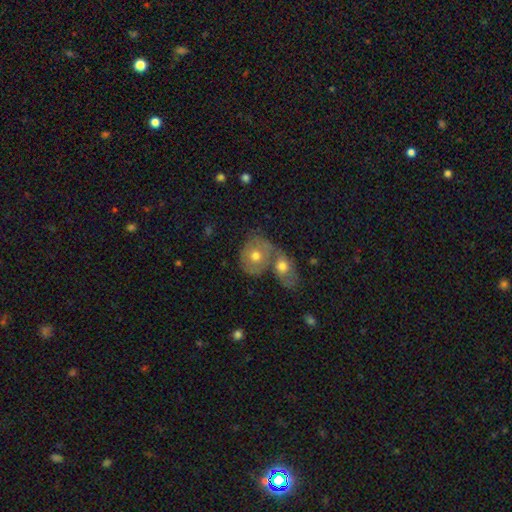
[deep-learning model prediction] This is possibly a smooth galaxy (53%). How rounded: possibly round (55%). Merging: possibly merger (53%).